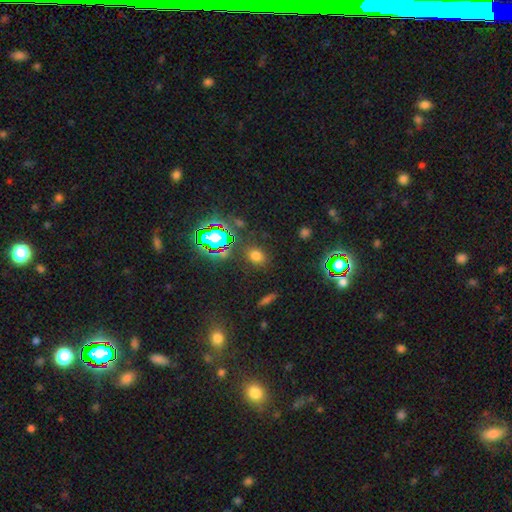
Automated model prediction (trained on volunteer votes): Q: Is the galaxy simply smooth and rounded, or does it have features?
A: smooth — 64%.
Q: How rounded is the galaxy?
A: round — 49%, tied with in between.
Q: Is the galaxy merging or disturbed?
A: none — 84%.